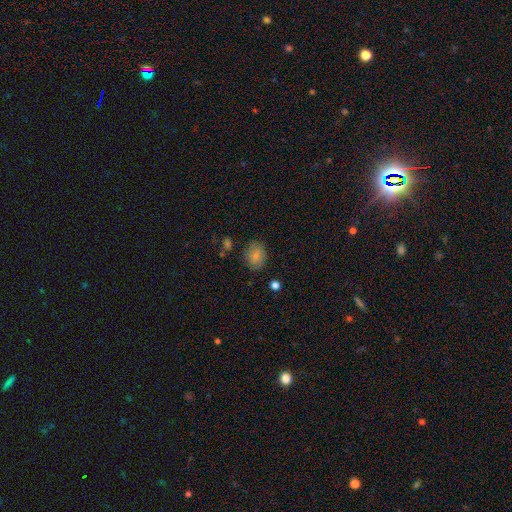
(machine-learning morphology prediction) smooth-or-featured: smooth: 74% | featured or disk: 17% | star or artifact: 9%
  how-rounded: round: 50% | in between: 49% | cigar-shaped: 1%
  merging: none: 76% | minor disturbance: 17% | major disturbance: 5% | merger: 2%